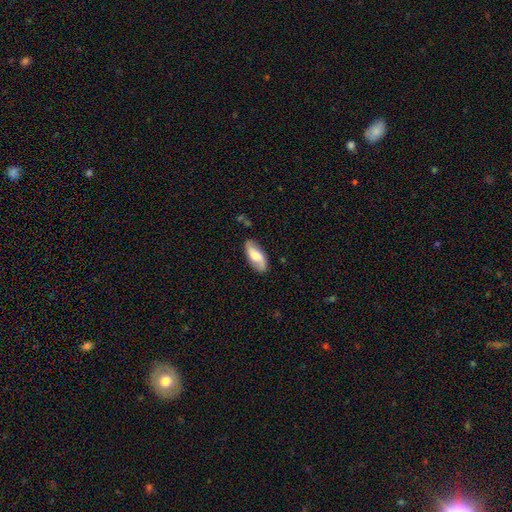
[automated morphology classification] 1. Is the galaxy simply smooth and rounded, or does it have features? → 48% smooth, 45% featured or disk, 7% star or artifact.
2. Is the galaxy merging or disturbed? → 79% none, 16% minor disturbance, 4% major disturbance, 2% merger.